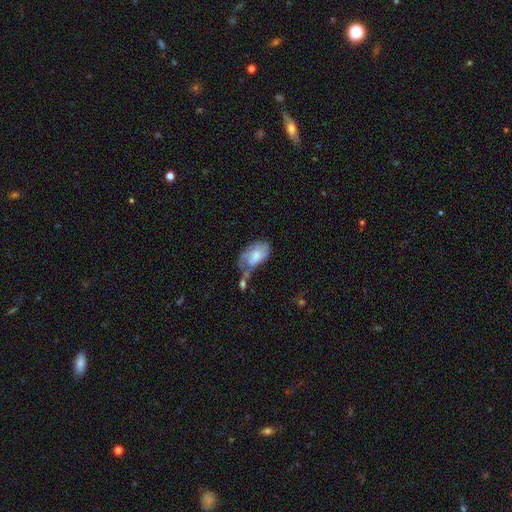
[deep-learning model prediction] Smooth or featured: smooth — 58% (featured or disk — 35%)
How rounded: in between — 92% (round — 5%)
Merging: minor disturbance — 28% (major disturbance — 27%)